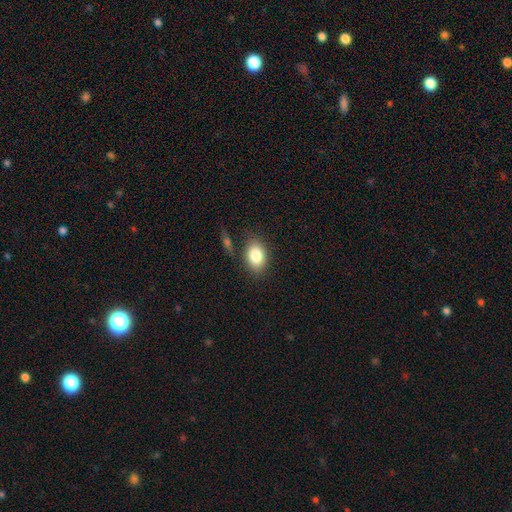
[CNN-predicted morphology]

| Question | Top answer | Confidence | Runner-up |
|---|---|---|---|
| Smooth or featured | smooth | 84% | featured or disk (8%) |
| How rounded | in between | 79% | round (19%) |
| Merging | none | 78% | minor disturbance (13%) |